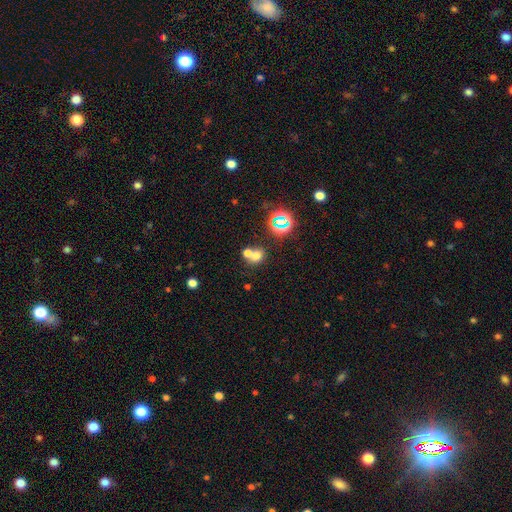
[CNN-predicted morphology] smooth_or_featured: smooth (p=0.65) [alt: star or artifact p=0.21]
how_rounded: round (p=0.69) [alt: in between p=0.30]
merging: merger (p=0.51) [alt: none p=0.39]